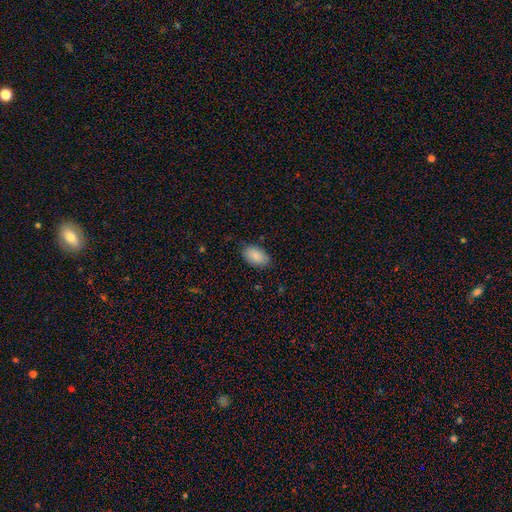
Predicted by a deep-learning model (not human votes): Smooth or featured: smooth — 88% (star or artifact — 6%)
How rounded: in between — 94% (round — 4%)
Merging: none — 81% (minor disturbance — 16%)